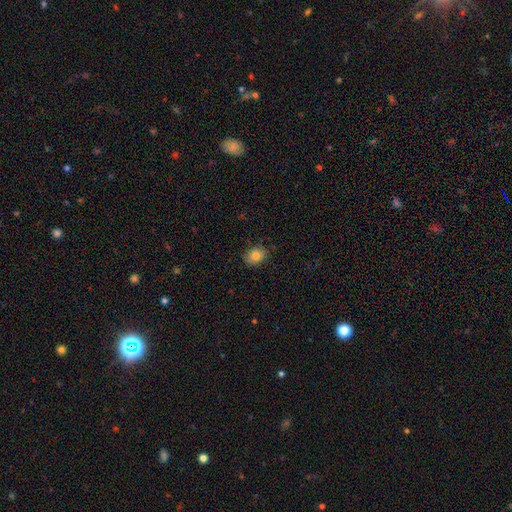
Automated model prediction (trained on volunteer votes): smooth_or_featured: smooth (p=0.83) [alt: star or artifact p=0.09]
how_rounded: in between (p=0.62) [alt: round p=0.37]
merging: none (p=0.85) [alt: minor disturbance p=0.12]